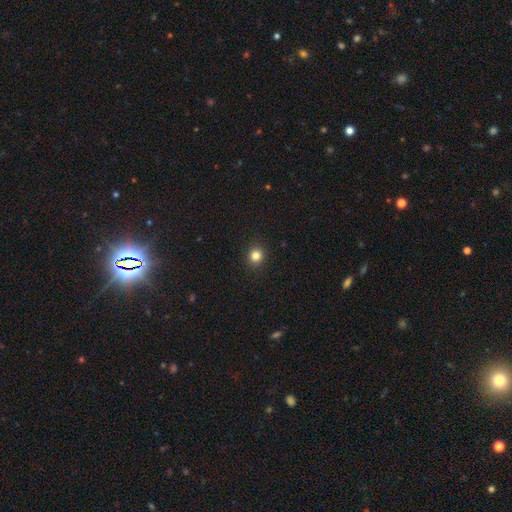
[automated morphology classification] Smooth or featured?
  - smooth: 84% *
  - star or artifact: 12%
  - featured or disk: 4%
How rounded?
  - round: 88% *
  - in between: 12%
  - cigar-shaped: 1%
Merging?
  - none: 92% *
  - minor disturbance: 5%
  - major disturbance: 2%
  - merger: 1%